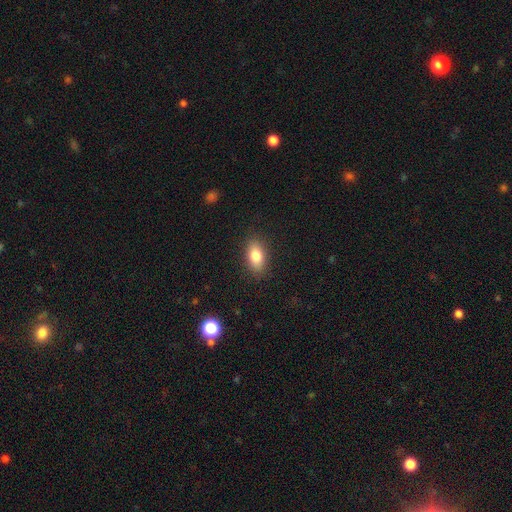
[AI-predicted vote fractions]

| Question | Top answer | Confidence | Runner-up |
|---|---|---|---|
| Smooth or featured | smooth | 81% | featured or disk (11%) |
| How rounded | in between | 87% | round (8%) |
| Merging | none | 87% | minor disturbance (9%) |